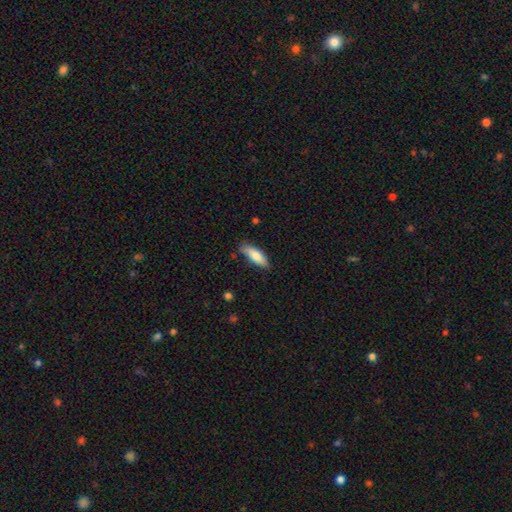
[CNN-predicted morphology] smooth 80%, featured or disk 14%, star or artifact 6%. Down the decision tree: how rounded — in between (58%); merging — none (73%).